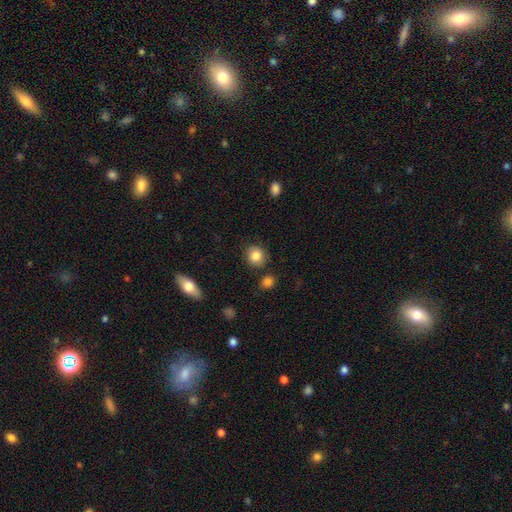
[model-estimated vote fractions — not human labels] The model was most divided on "how rounded": round: 84%, in between: 15%, cigar-shaped: 1%. More confident: smooth or featured — smooth (85%); merging — none (83%).